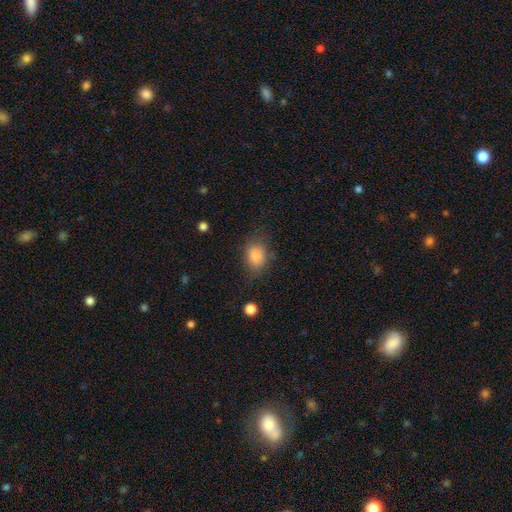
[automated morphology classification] type=smooth (82%); roundness=in between (62%); merging=none (71%).